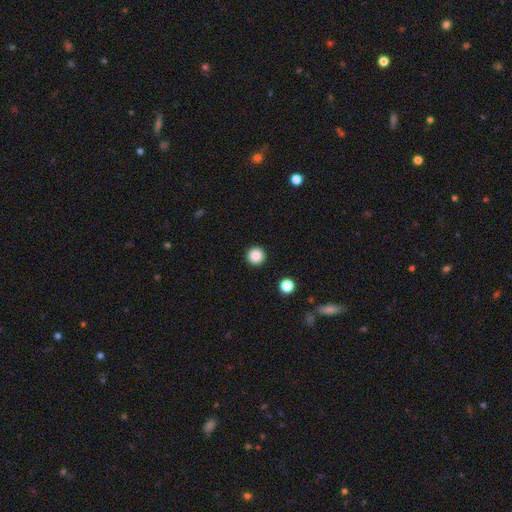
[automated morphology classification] A smooth galaxy with no disk features (87%) that is round (96%).

Vote fractions:
- Smooth or featured? smooth: 87% / star or artifact: 10% / featured or disk: 3%
- How rounded? round: 96% / in between: 3% / cigar-shaped: 1%
- Merging? none: 93% / minor disturbance: 4% / major disturbance: 2% / merger: 1%